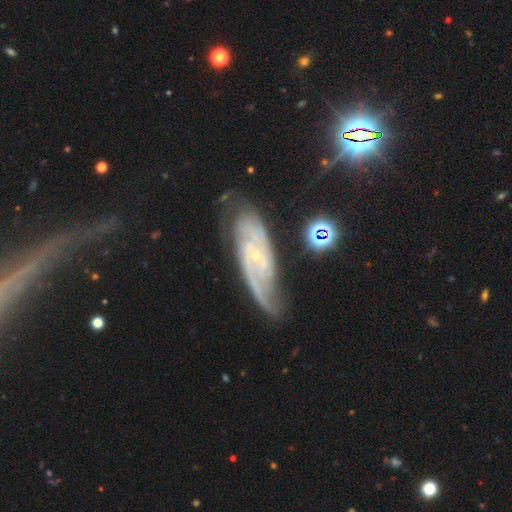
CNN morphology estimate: The model was most divided on "spiral winding": tight: 47%, medium: 41%, loose: 11%. More confident: spiral arms — yes (97%); edge-on disk — no (90%); smooth or featured — featured or disk (86%); bulge size — small (82%); merging — none (67%); bar — no (54%); spiral arm count — 2 (53%).